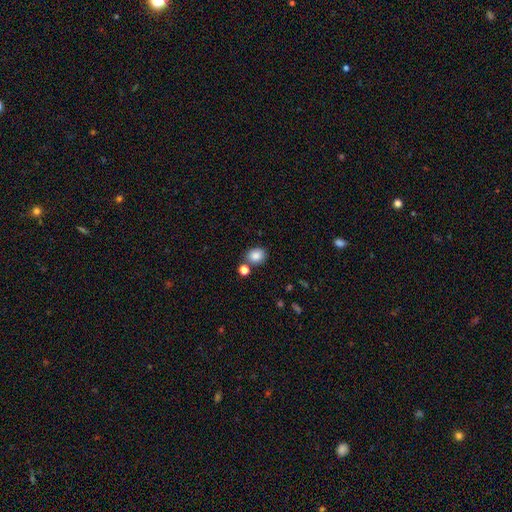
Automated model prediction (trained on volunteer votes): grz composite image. It shows a smooth galaxy with no disk features (85%) that is round (52%). Merging: none (74%).